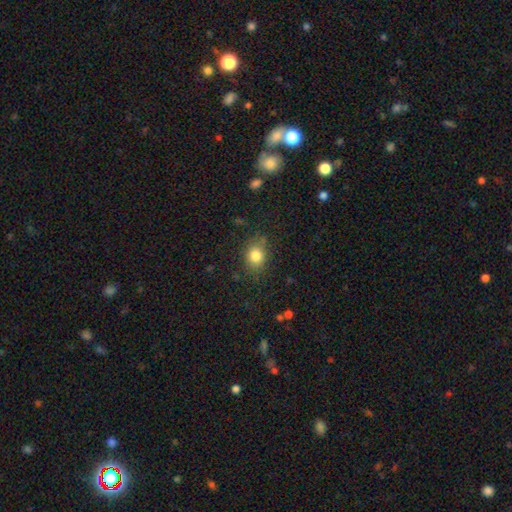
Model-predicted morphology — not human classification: This appears to be a smooth galaxy with no disk features (81%) that is in between round and cigar-shaped (52%). Merging: none (76%).